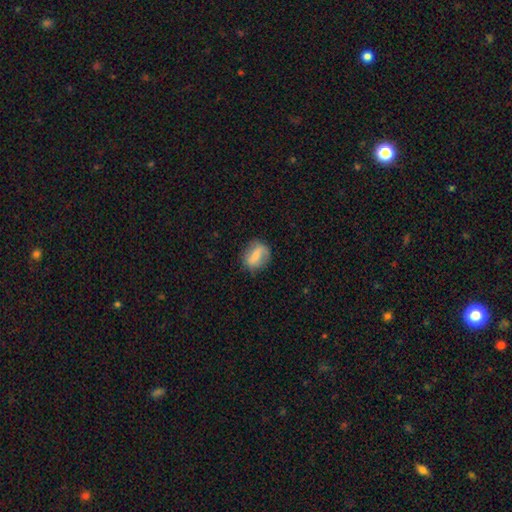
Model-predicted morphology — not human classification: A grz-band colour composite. It shows a smooth galaxy with no disk features (54%) that is in between round and cigar-shaped (50%). Merging: none (74%).